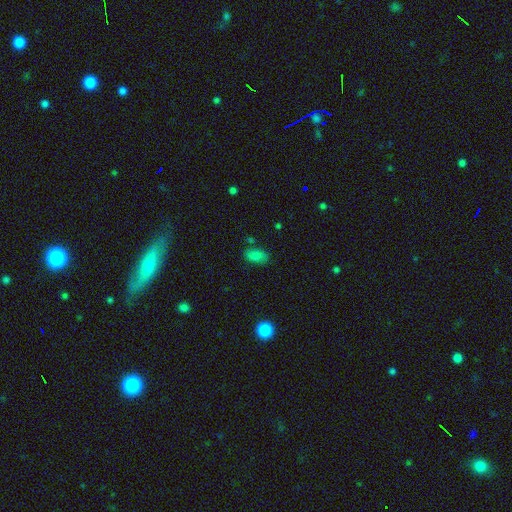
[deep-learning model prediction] Smooth or featured: smooth — 81% (star or artifact — 12%)
How rounded: in between — 91% (round — 7%)
Merging: none — 74% (minor disturbance — 17%)